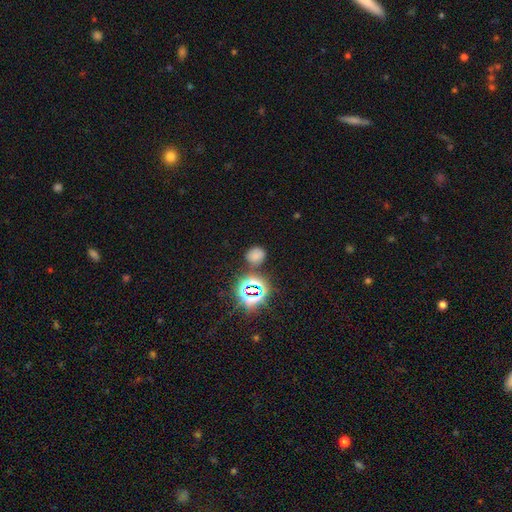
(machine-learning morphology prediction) Q: Smooth or featured?
A: smooth (63%); runner-up: star or artifact (31%)
Q: How rounded?
A: round (64%); runner-up: in between (34%)
Q: Merging?
A: none (77%); runner-up: minor disturbance (13%)